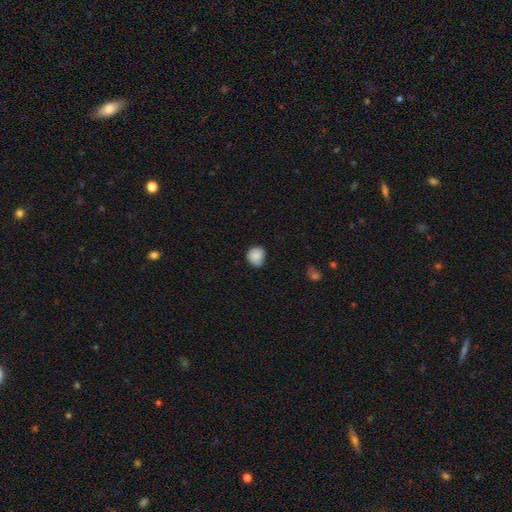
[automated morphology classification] Smooth or featured? Predicted: smooth (p=0.85). How rounded? Predicted: round (p=0.83). Merging? Predicted: none (p=0.67).